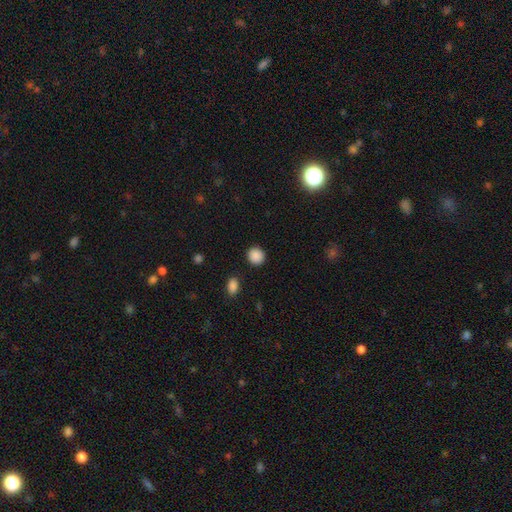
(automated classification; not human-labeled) smooth-or-featured: smooth: 88% | star or artifact: 9% | featured or disk: 3%
  how-rounded: round: 88% | in between: 11% | cigar-shaped: 1%
  merging: none: 90% | minor disturbance: 6% | major disturbance: 2% | merger: 2%